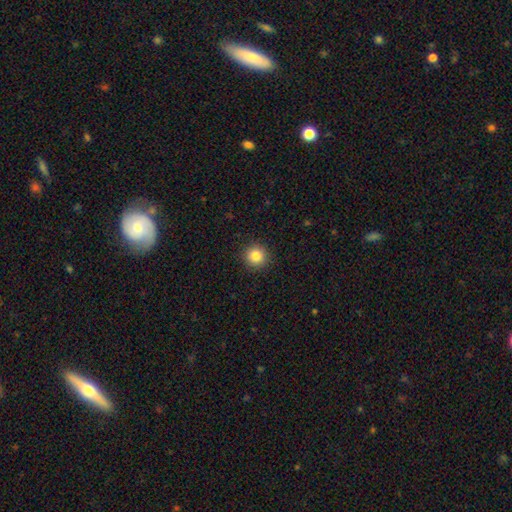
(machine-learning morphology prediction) The model was most divided on "smooth or featured": smooth: 84%, star or artifact: 11%, featured or disk: 5%. More confident: how rounded — round (95%); merging — none (92%).